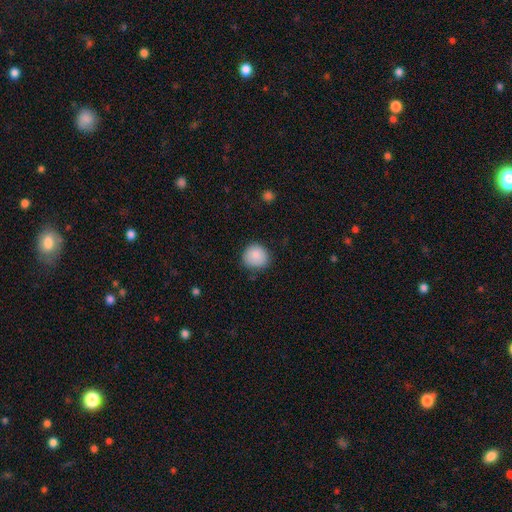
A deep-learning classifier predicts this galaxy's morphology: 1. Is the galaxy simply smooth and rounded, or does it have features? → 86% smooth, 8% star or artifact, 6% featured or disk.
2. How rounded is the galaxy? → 87% round, 12% in between, 1% cigar-shaped.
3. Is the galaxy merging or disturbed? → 81% none, 15% minor disturbance, 3% major disturbance, 1% merger.